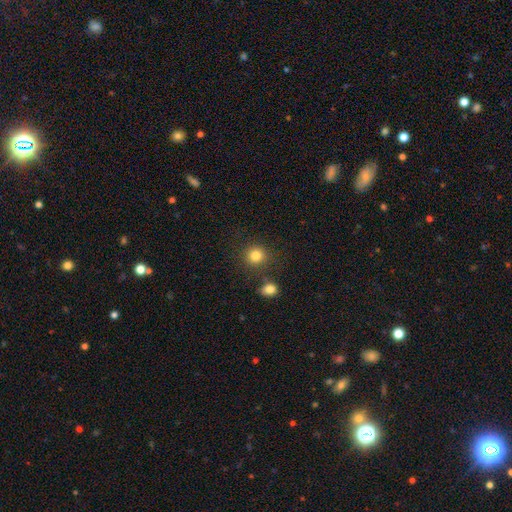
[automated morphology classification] This appears to be a smooth galaxy with no disk features (83%) that is round (89%). Merging: none (80%).